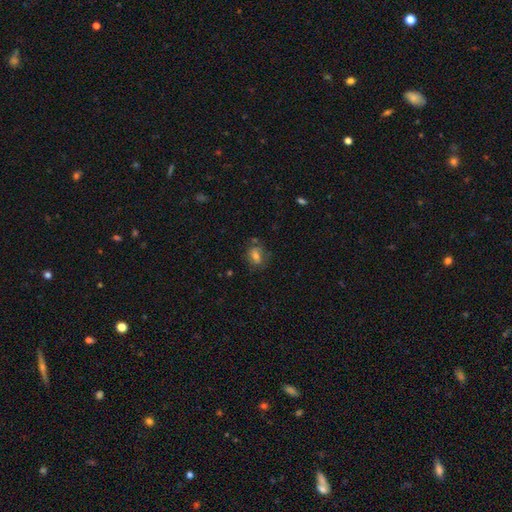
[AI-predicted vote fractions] smooth_or_featured: smooth (p=0.67) [alt: featured or disk p=0.19]
how_rounded: in between (p=0.66) [alt: round p=0.29]
merging: none (p=0.68) [alt: minor disturbance p=0.19]